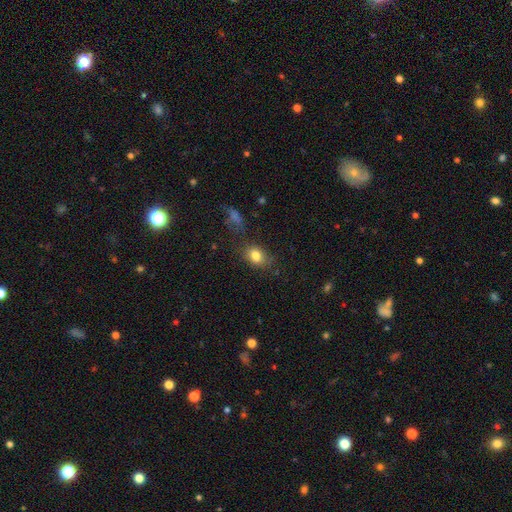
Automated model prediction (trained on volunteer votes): The model was most divided on "how rounded": in between: 66%, round: 32%, cigar-shaped: 1%. More confident: smooth or featured — smooth (81%); merging — none (71%).